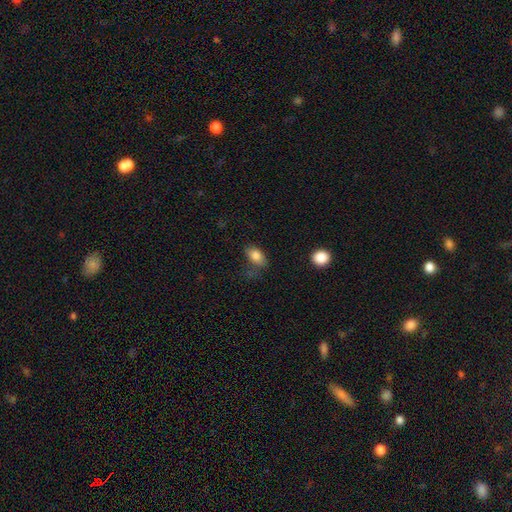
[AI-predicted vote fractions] Smooth or featured?
  - smooth: 82% *
  - featured or disk: 9%
  - star or artifact: 9%
How rounded?
  - in between: 85% *
  - round: 12%
  - cigar-shaped: 3%
Merging?
  - none: 53% *
  - minor disturbance: 29%
  - major disturbance: 14%
  - merger: 4%